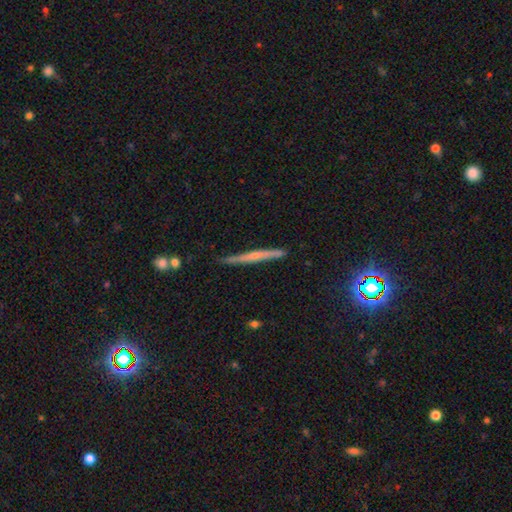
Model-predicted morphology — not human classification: Q: Smooth or featured?
A: featured or disk (60%); runner-up: smooth (31%)
Q: Edge-on disk?
A: yes (97%); runner-up: no (3%)
Q: Edge-on bulge?
A: rounded (49%); runner-up: none (44%)
Q: Merging?
A: none (85%); runner-up: minor disturbance (11%)